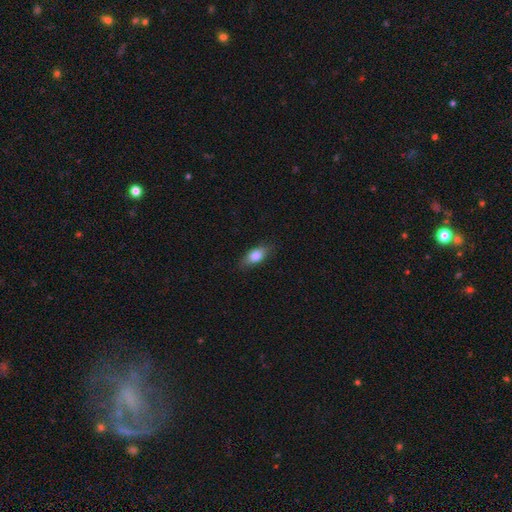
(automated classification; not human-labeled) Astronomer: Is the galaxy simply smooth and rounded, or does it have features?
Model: smooth — 78%.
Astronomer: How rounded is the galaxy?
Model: in between — 81%.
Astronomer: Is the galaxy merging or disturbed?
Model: none — 81%.